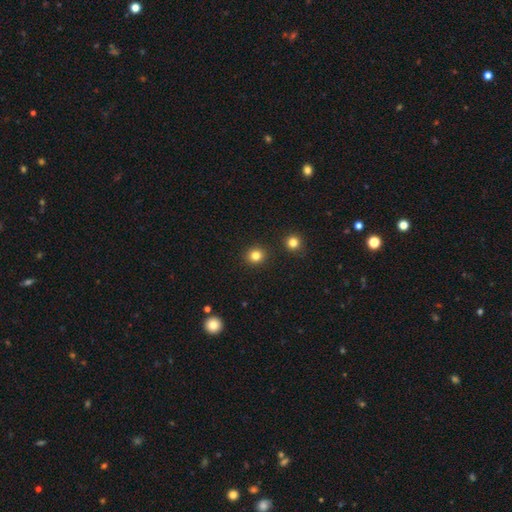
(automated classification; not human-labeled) Smooth or featured? smooth (83%)
How rounded? round (90%)
Merging? none (91%)